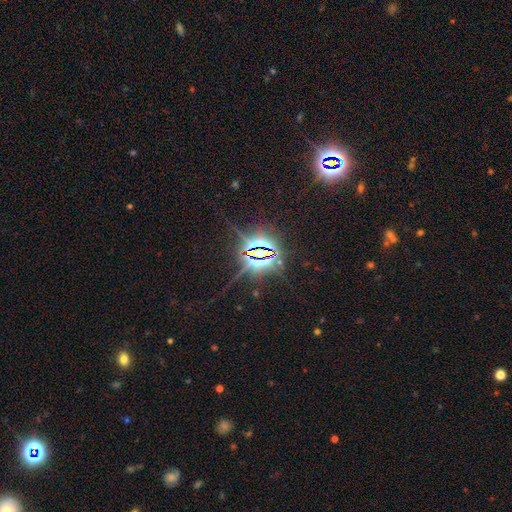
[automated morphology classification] Smooth or featured? star or artifact (84%)